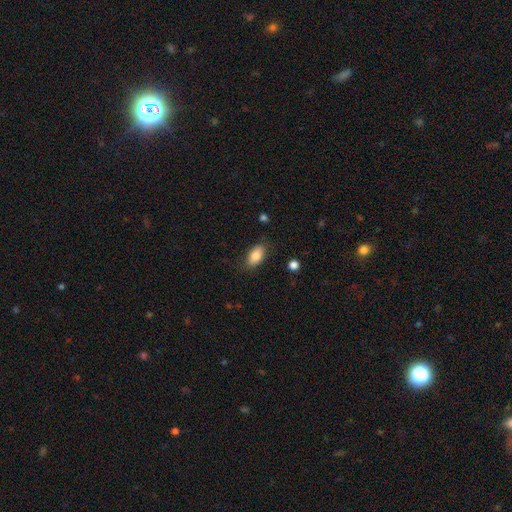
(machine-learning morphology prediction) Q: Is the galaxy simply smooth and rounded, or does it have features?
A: smooth — 83%.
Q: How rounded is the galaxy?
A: in between — 91%.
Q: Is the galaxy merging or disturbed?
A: none — 80%.